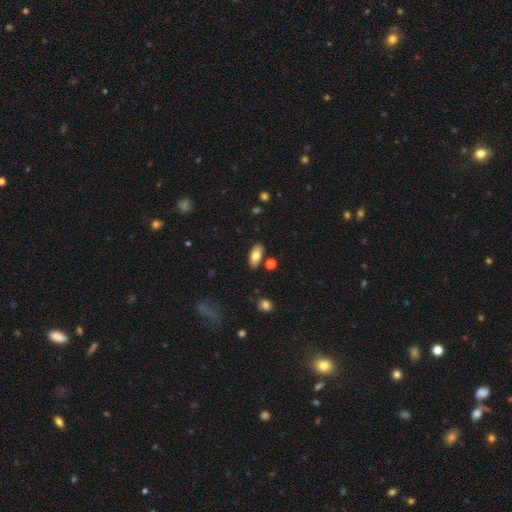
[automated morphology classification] smooth_or_featured: smooth (p=0.75) [alt: featured or disk p=0.18]
how_rounded: in between (p=0.88) [alt: cigar-shaped p=0.09]
merging: none (p=0.81) [alt: minor disturbance p=0.11]